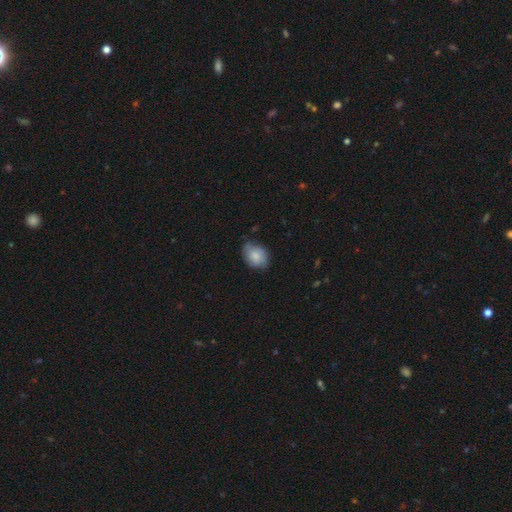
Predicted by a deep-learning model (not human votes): Smooth or featured? Predicted: smooth (p=0.78). How rounded? Predicted: in between (p=0.64). Merging? Predicted: none (p=0.66).